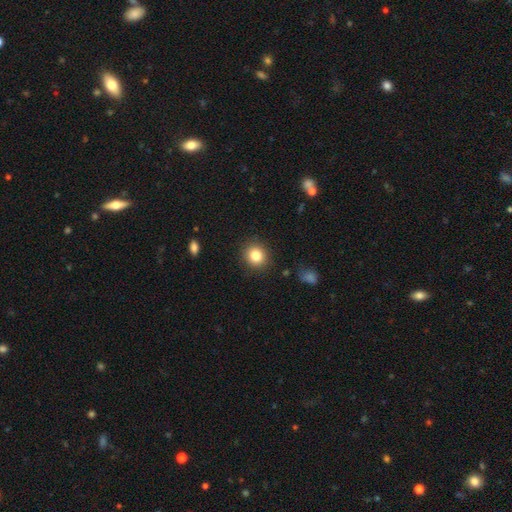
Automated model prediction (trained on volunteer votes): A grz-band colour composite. It shows a smooth galaxy with no disk features (83%) that is round (84%). Merging: none (89%).